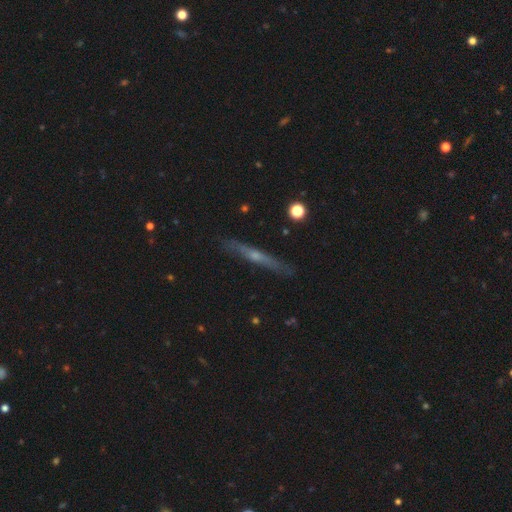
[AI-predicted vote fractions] The model was most divided on "edge-on bulge": rounded: 65%, none: 30%, boxy: 5%. More confident: edge-on disk — yes (94%); merging — none (86%); smooth or featured — featured or disk (65%).